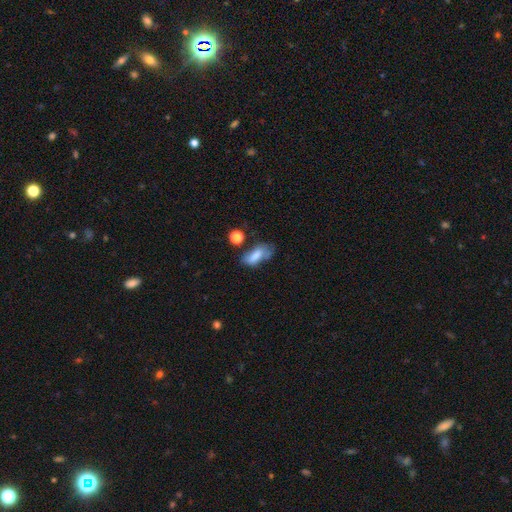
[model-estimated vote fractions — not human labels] The model was most divided on "merging": none: 41%, minor disturbance: 29%, major disturbance: 18%, merger: 11%. More confident: how rounded — in between (82%); smooth or featured — smooth (75%).